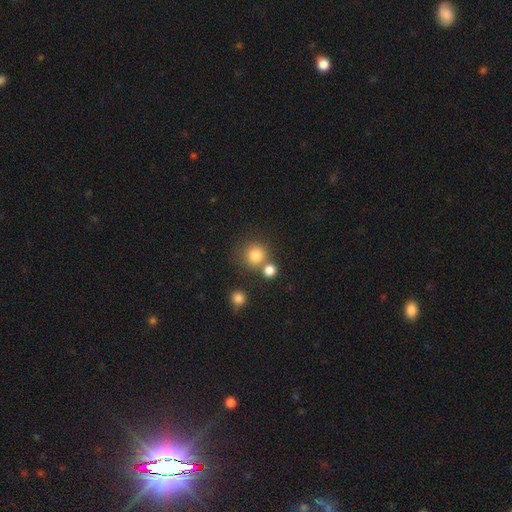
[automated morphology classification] smooth 80%, star or artifact 13%, featured or disk 7%. Down the decision tree: how rounded — round (90%); merging — none (65%).